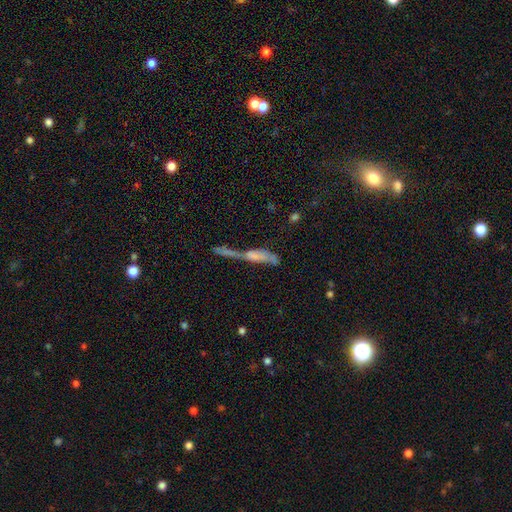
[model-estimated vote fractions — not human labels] Overall: featured or disk (44%; smooth 41%). Merging: merger (50%; major disturbance 22%).